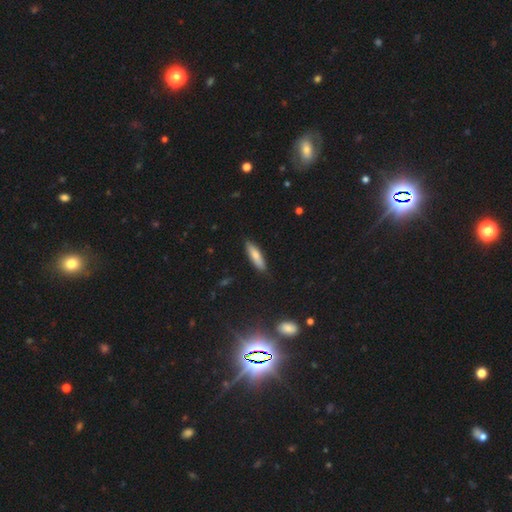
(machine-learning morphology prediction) Q: Smooth or featured?
A: smooth (77%); runner-up: featured or disk (16%)
Q: How rounded?
A: cigar-shaped (66%); runner-up: in between (33%)
Q: Merging?
A: none (85%); runner-up: minor disturbance (12%)